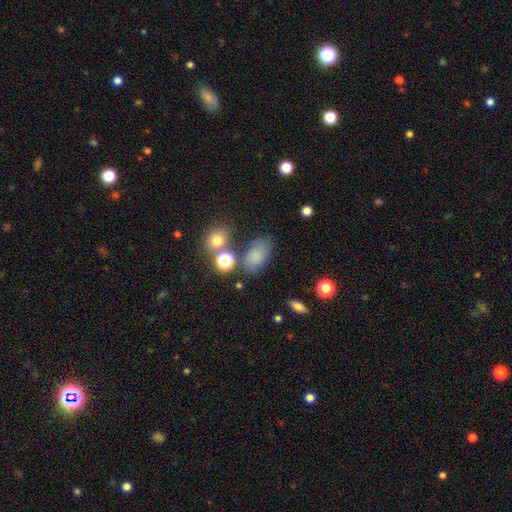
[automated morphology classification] Smooth or featured: smooth — 79% (star or artifact — 13%)
How rounded: in between — 88% (round — 10%)
Merging: none — 67% (minor disturbance — 17%)